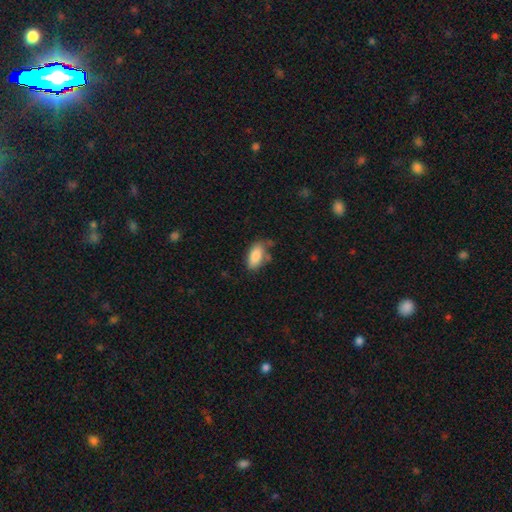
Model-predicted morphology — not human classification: Smooth or featured: smooth — 85% (featured or disk — 8%)
How rounded: in between — 91% (cigar-shaped — 6%)
Merging: none — 61% (minor disturbance — 25%)